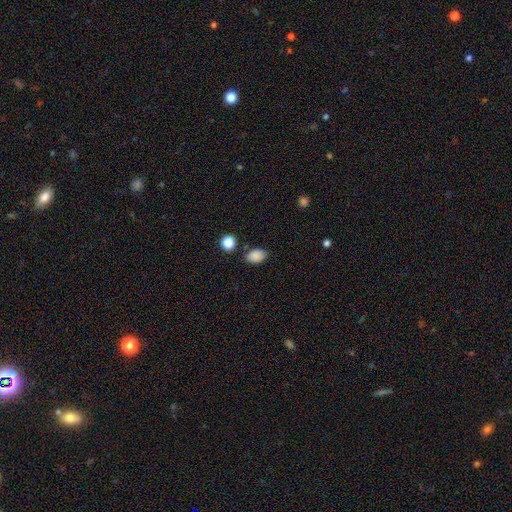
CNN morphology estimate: A smooth galaxy with no disk features (87%) that is in between round and cigar-shaped (85%). Merging: none (80%).